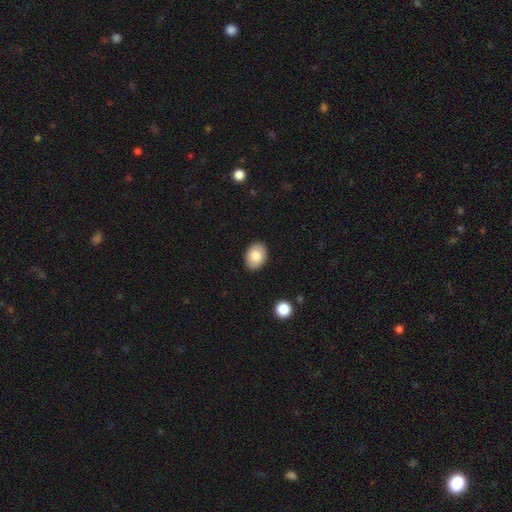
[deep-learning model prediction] smooth 82%, featured or disk 11%, star or artifact 7%. Down the decision tree: how rounded — in between (80%); merging — none (90%).